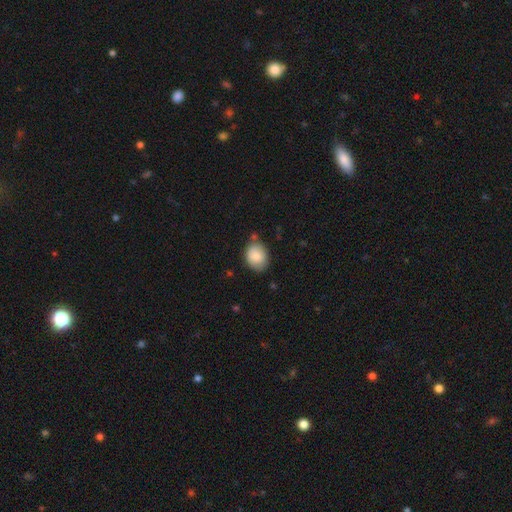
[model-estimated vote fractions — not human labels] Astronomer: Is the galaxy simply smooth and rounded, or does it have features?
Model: smooth — 83%.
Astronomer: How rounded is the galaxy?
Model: in between — 61% (runner-up: round, 38%).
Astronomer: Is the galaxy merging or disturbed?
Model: none — 70%.